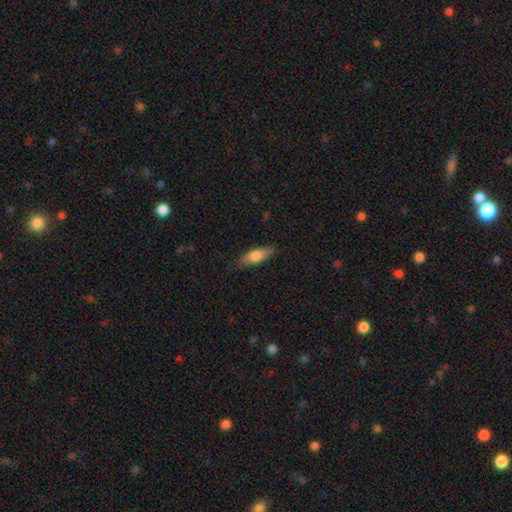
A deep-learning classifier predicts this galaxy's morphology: Smooth or featured?
  - smooth: 75% *
  - featured or disk: 19%
  - star or artifact: 6%
How rounded?
  - in between: 64% *
  - cigar-shaped: 34%
  - round: 2%
Merging?
  - none: 83% *
  - minor disturbance: 13%
  - major disturbance: 3%
  - merger: 1%